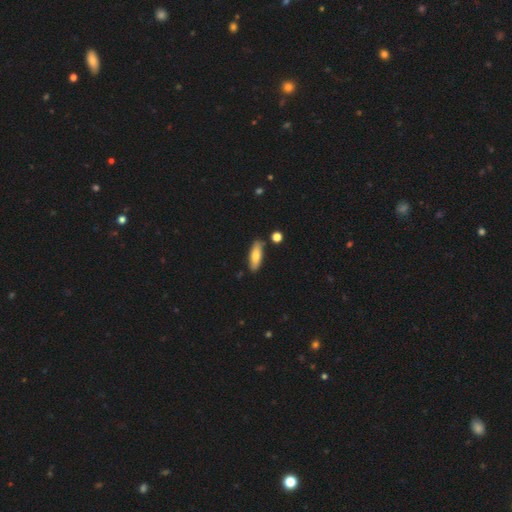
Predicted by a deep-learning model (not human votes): This appears to be a smooth galaxy with no disk features (73%) that is in between round and cigar-shaped (53%). Merging: none (83%).